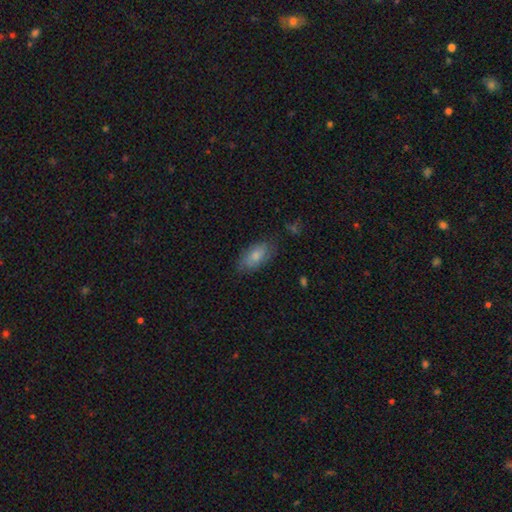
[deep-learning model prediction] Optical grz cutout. It shows a smooth galaxy with no disk features (78%) that is in between round and cigar-shaped (92%). Merging: none (74%).